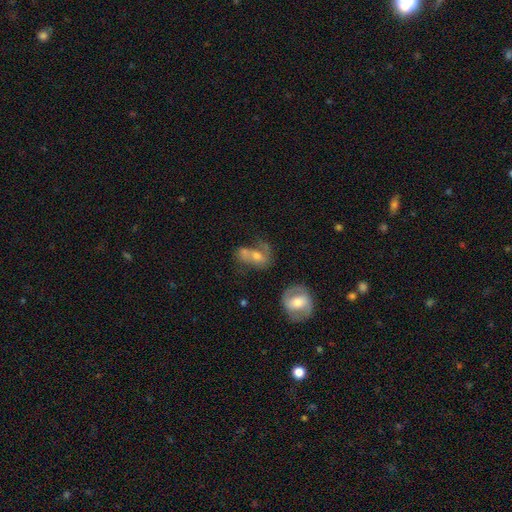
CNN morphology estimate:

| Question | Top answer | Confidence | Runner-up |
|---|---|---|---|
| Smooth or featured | featured or disk | 45% | smooth (43%) |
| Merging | merger | 37% | none (29%) |